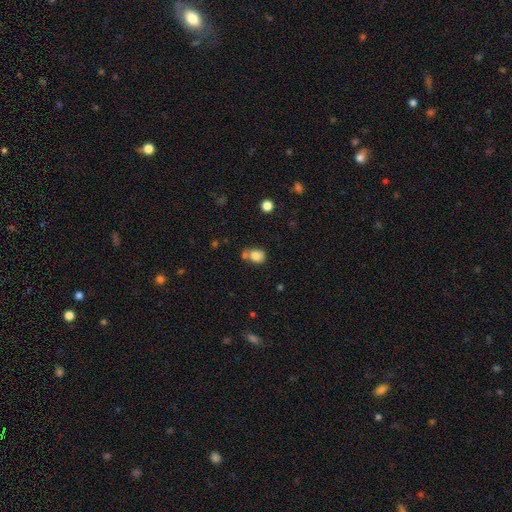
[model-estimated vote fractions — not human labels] This is clearly a smooth galaxy (81%). How rounded: possibly round (55%). Merging: possibly none (47%).